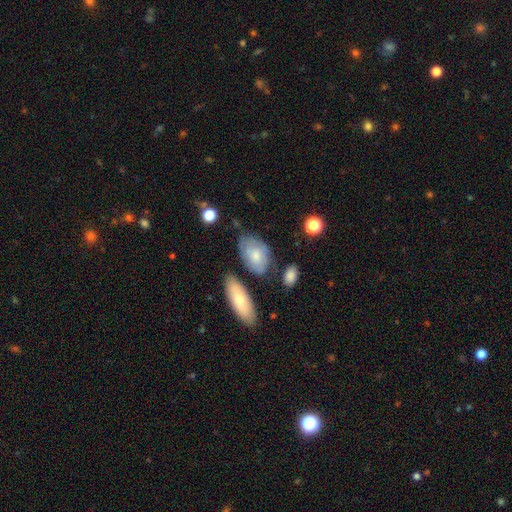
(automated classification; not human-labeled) Smooth or featured?
  - smooth: 59% *
  - featured or disk: 35%
  - star or artifact: 7%
How rounded?
  - in between: 87% *
  - round: 11%
  - cigar-shaped: 2%
Merging?
  - none: 60% *
  - minor disturbance: 25%
  - major disturbance: 8%
  - merger: 7%